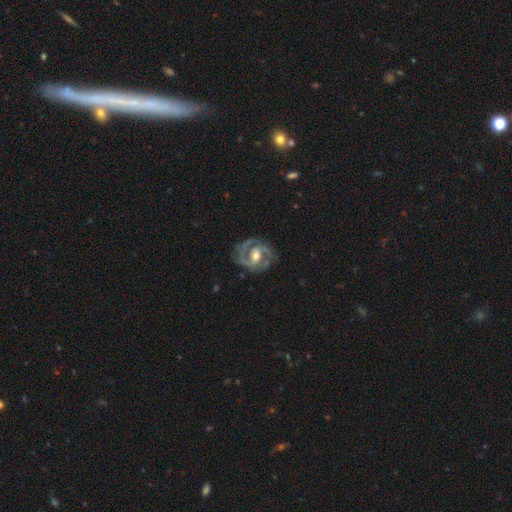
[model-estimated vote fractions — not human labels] The model was most divided on "spiral winding": medium: 47%, tight: 43%, loose: 11%. Remaining: edge-on disk — no (98%); spiral arms — yes (94%); smooth or featured — featured or disk (88%); spiral arm count — 2 (76%); merging — none (74%); bulge size — moderate (68%); bar — weak (45%).